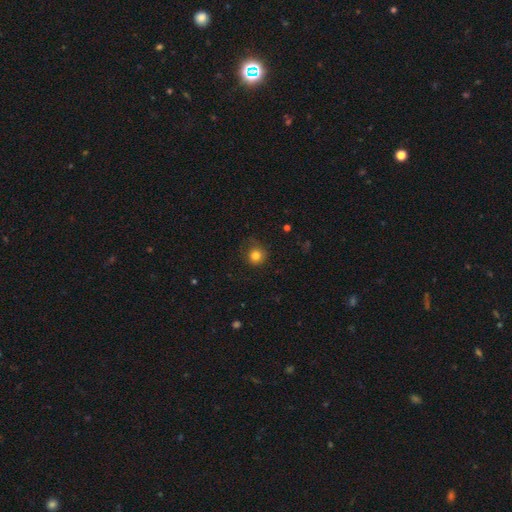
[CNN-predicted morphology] Q: Smooth or featured?
A: smooth (82%); runner-up: star or artifact (11%)
Q: How rounded?
A: round (91%); runner-up: in between (8%)
Q: Merging?
A: none (74%); runner-up: minor disturbance (18%)